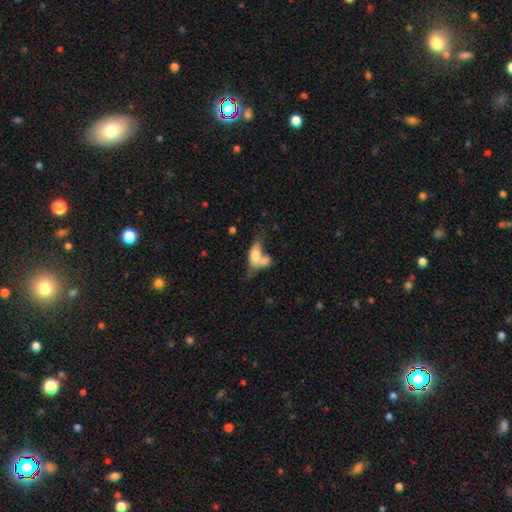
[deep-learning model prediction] smooth_or_featured: smooth (p=0.65) [alt: featured or disk p=0.27]
how_rounded: in between (p=0.77) [alt: cigar-shaped p=0.16]
merging: merger (p=0.56) [alt: none p=0.23]